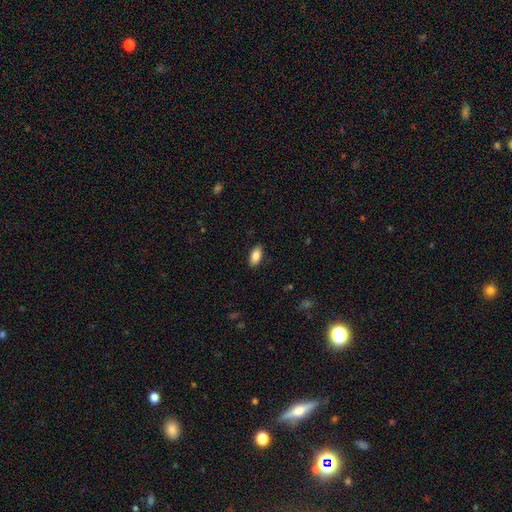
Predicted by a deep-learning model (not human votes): smooth-or-featured: smooth: 86% | star or artifact: 7% | featured or disk: 7%
  how-rounded: in between: 90% | cigar-shaped: 7% | round: 3%
  merging: none: 88% | minor disturbance: 9% | major disturbance: 2% | merger: 1%